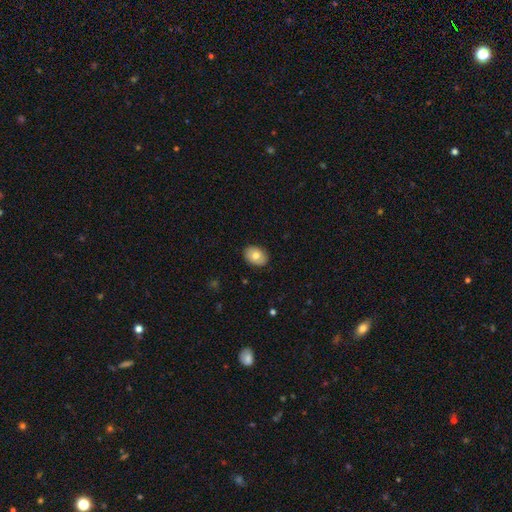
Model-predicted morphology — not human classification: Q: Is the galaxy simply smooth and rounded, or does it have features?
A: smooth — 76%.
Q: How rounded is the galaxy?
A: in between — 76%.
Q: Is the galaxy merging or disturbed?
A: none — 89%.